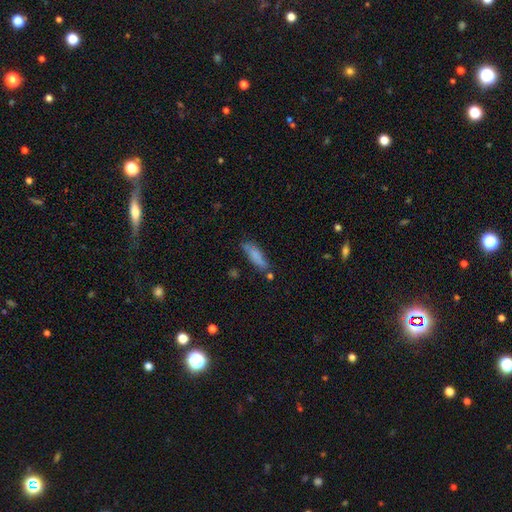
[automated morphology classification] A smooth galaxy with no disk features (72%) that is cigar-shaped (64%). Merging: none (62%).